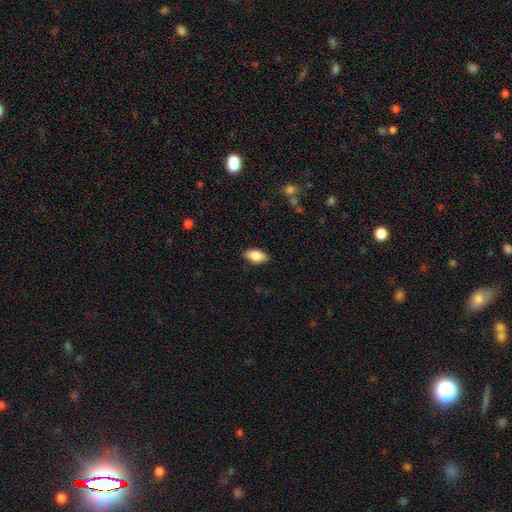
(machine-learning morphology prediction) A smooth galaxy with no disk features (83%) that is in between round and cigar-shaped (92%).

Vote fractions:
- Smooth or featured? smooth: 83% / featured or disk: 10% / star or artifact: 7%
- How rounded? in between: 92% / cigar-shaped: 4% / round: 4%
- Merging? none: 87% / minor disturbance: 10% / major disturbance: 2% / merger: 1%